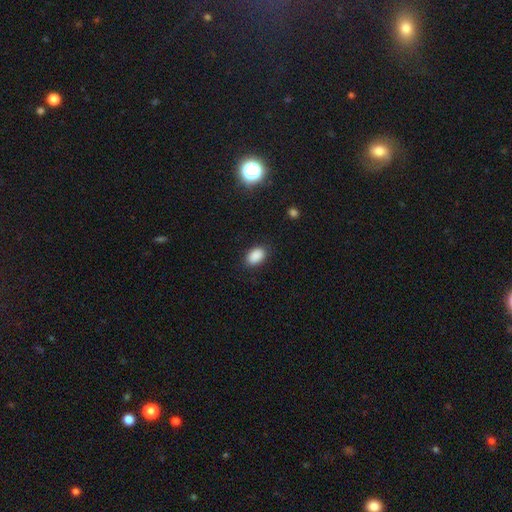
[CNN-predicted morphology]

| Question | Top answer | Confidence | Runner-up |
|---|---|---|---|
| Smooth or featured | smooth | 88% | star or artifact (9%) |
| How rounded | in between | 86% | round (12%) |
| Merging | none | 86% | minor disturbance (10%) |